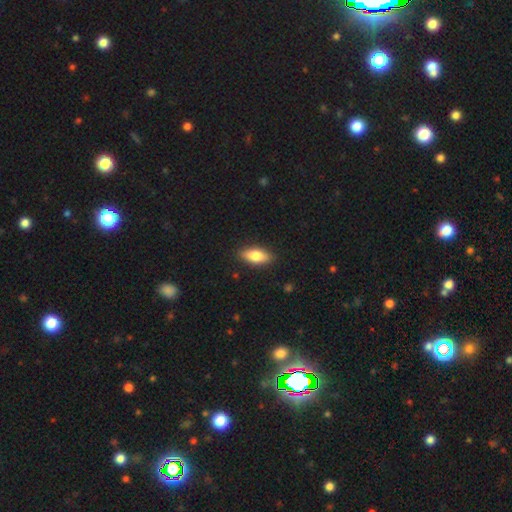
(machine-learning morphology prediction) Smooth or featured? smooth (76%)
How rounded? in between (80%)
Merging? none (88%)